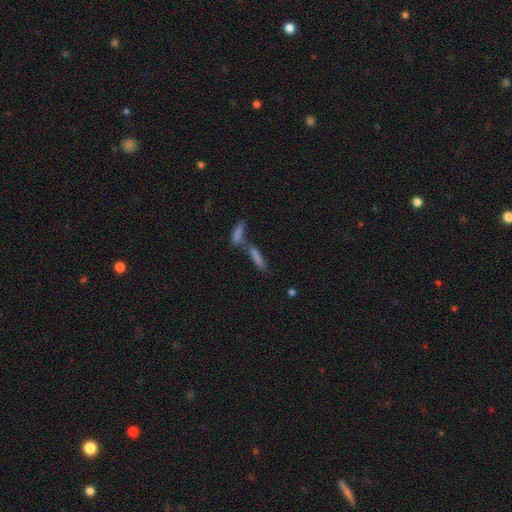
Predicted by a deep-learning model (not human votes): Smooth or featured?
  - smooth: 61% *
  - featured or disk: 23%
  - star or artifact: 16%
How rounded?
  - cigar-shaped: 72% *
  - in between: 24%
  - round: 3%
Merging?
  - merger: 52% *
  - none: 36%
  - minor disturbance: 7%
  - major disturbance: 5%